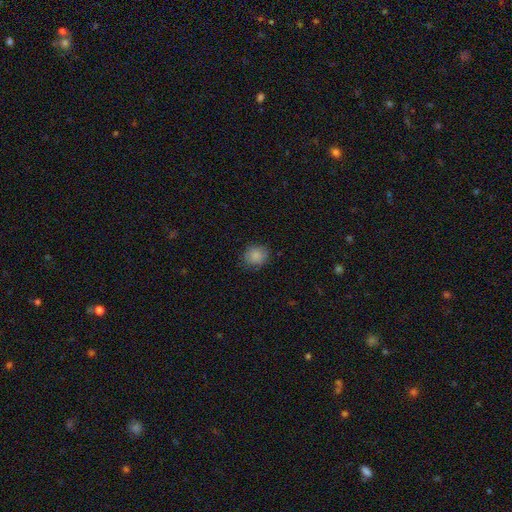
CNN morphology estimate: Smooth or featured? smooth (86%)
How rounded? round (76%)
Merging? none (79%)